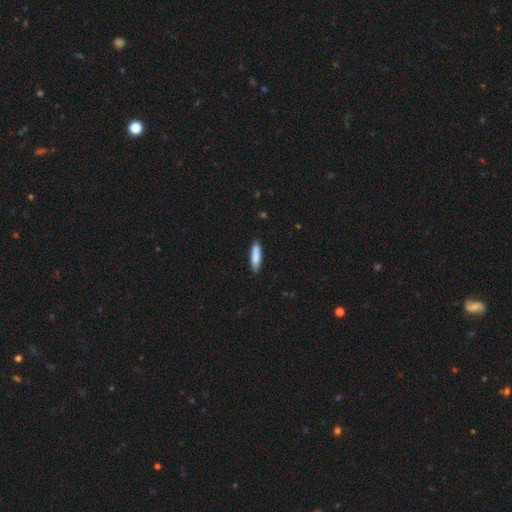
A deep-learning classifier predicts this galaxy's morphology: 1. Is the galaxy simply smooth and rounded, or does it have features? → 84% smooth, 10% featured or disk, 6% star or artifact.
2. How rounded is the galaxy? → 75% cigar-shaped, 24% in between, 1% round.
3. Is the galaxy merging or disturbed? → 86% none, 10% minor disturbance, 2% major disturbance, 1% merger.